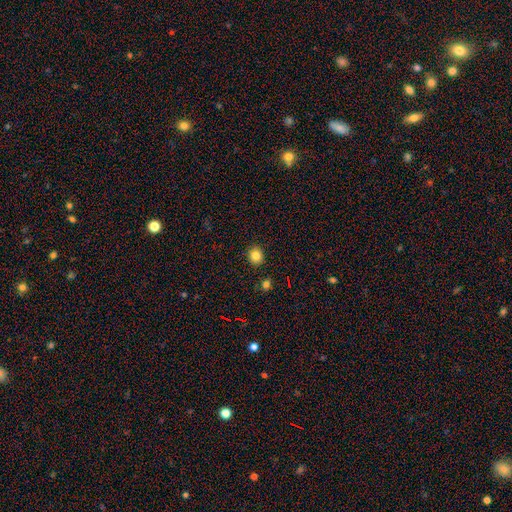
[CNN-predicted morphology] smooth_or_featured: smooth (p=0.83) [alt: star or artifact p=0.12]
how_rounded: round (p=0.82) [alt: in between p=0.17]
merging: none (p=0.91) [alt: minor disturbance p=0.06]